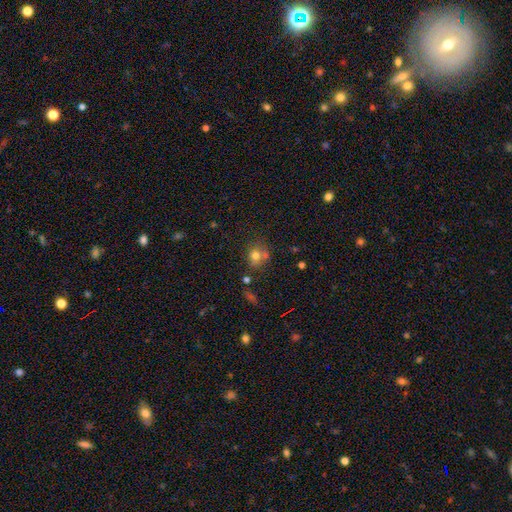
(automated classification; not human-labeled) A smooth galaxy with no disk features (72%) that is round (73%). Merging: none (54%).